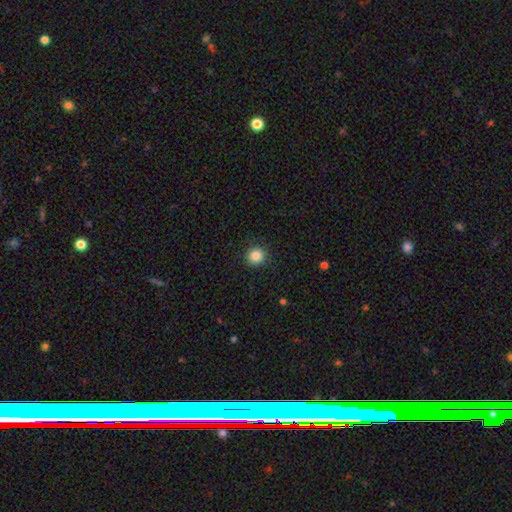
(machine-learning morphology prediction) Smooth or featured?
  - smooth: 86% *
  - star or artifact: 10%
  - featured or disk: 4%
How rounded?
  - round: 92% *
  - in between: 7%
  - cigar-shaped: 1%
Merging?
  - none: 90% *
  - minor disturbance: 7%
  - major disturbance: 2%
  - merger: 1%